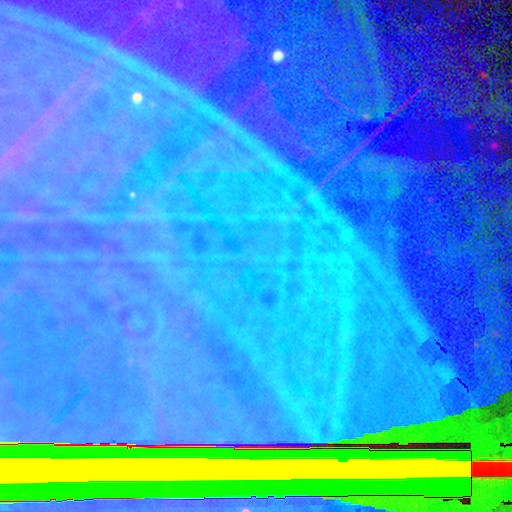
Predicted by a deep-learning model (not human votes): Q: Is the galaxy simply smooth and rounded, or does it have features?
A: star or artifact — 86%.